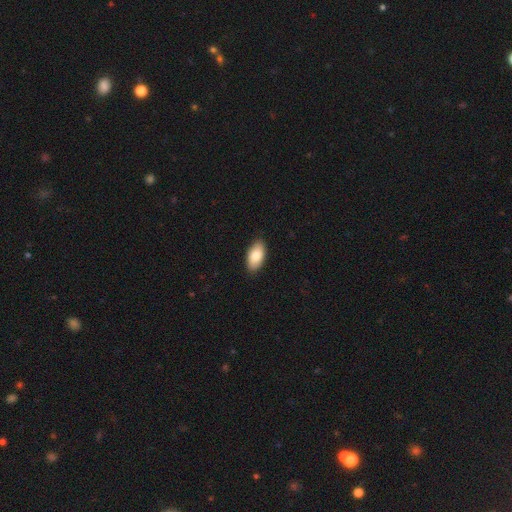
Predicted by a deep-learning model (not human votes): This appears to be a smooth galaxy with no disk features (83%) that is in between round and cigar-shaped (94%). Merging: none (89%).